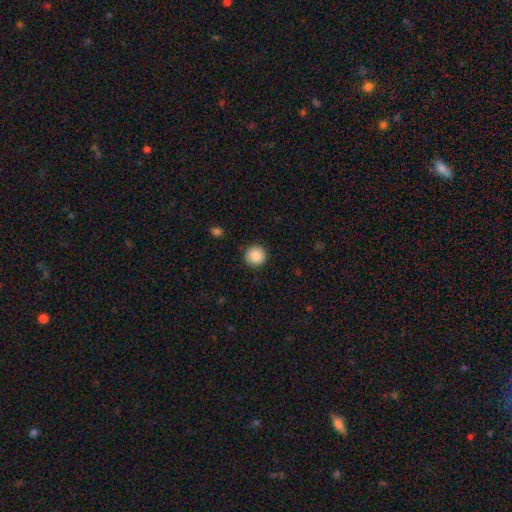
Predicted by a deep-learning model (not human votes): The model was most divided on "smooth or featured": smooth: 88%, star or artifact: 8%, featured or disk: 4%. More confident: how rounded — round (94%); merging — none (90%).